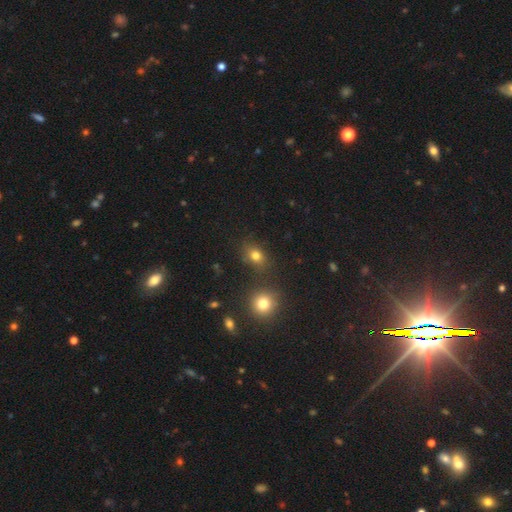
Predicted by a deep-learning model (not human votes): This is likely a smooth galaxy (75%). How rounded: possibly in between (52%). Merging: likely none (75%).